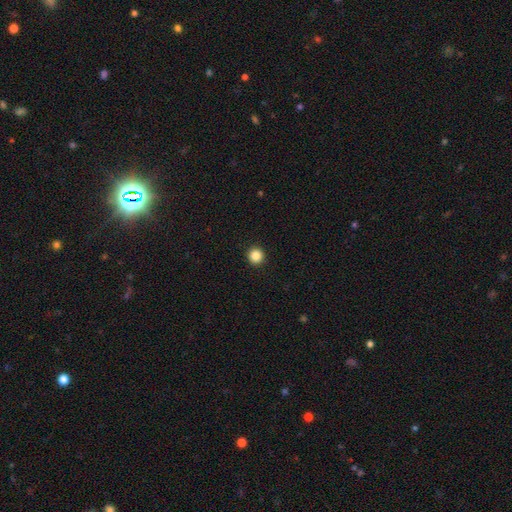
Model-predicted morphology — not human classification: smooth-or-featured: smooth: 87% | star or artifact: 11% | featured or disk: 3%
  how-rounded: round: 95% | in between: 4% | cigar-shaped: 1%
  merging: none: 93% | minor disturbance: 4% | major disturbance: 1% | merger: 1%